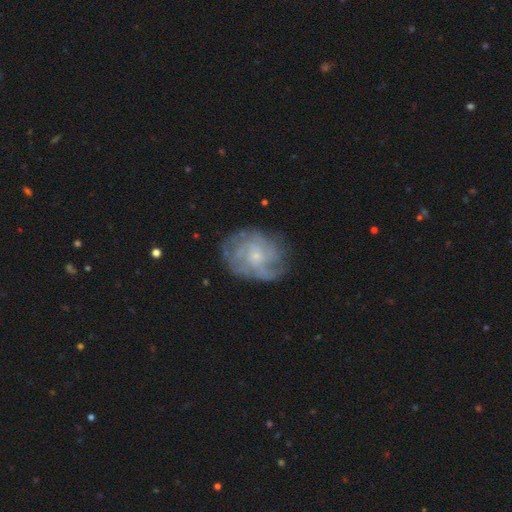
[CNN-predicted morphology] The model was most divided on "spiral winding": tight: 51%, medium: 35%, loose: 14%. Remaining: edge-on disk — no (97%); spiral arms — yes (86%); bar — no (76%); bulge size — small (74%); smooth or featured — featured or disk (73%); merging — none (71%); spiral arm count — can't tell (43%).